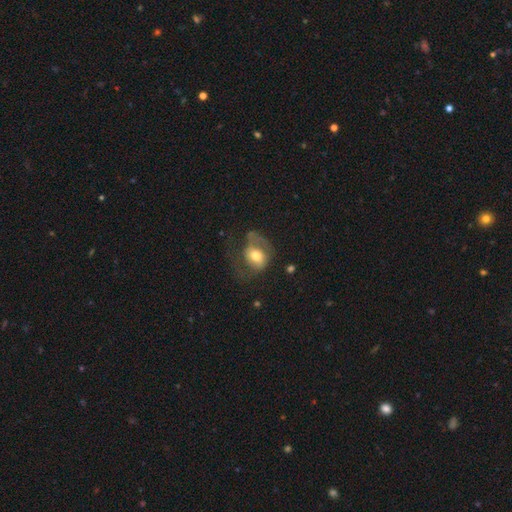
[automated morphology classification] Smooth or featured: smooth — 51% (featured or disk — 42%)
How rounded: in between — 58% (round — 41%)
Merging: major disturbance — 41% (none — 33%)